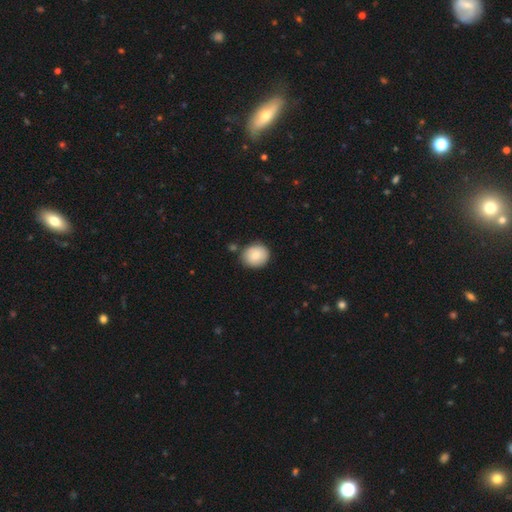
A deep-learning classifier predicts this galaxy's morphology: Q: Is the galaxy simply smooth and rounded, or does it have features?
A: smooth — 83%.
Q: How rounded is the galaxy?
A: round — 77%.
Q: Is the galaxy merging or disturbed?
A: none — 80%.